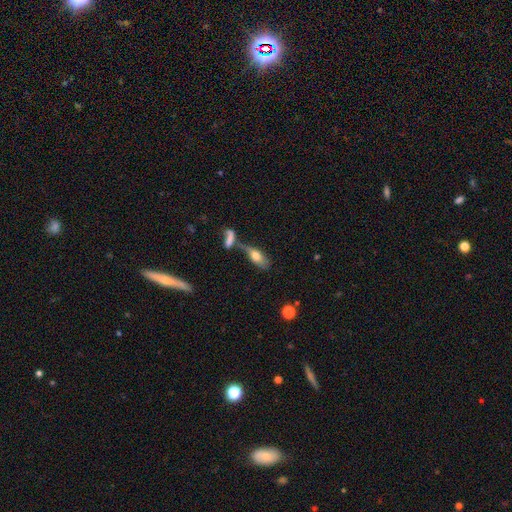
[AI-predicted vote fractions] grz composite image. It shows a smooth galaxy with no disk features (64%) that is in between round and cigar-shaped (71%). Merging: merger (40%).